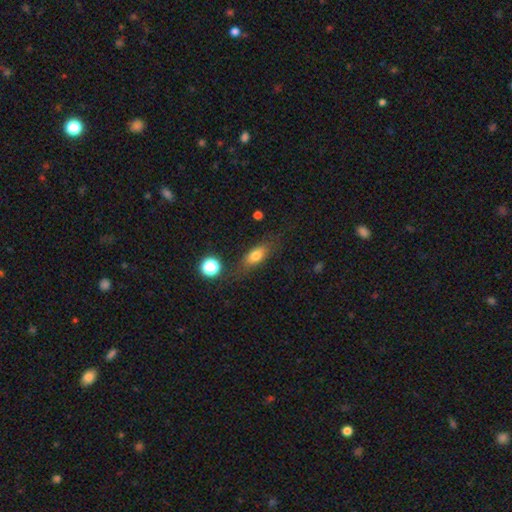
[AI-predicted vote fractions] Smooth or featured? Predicted: smooth (p=0.72). How rounded? Predicted: in between (p=0.67). Merging? Predicted: none (p=0.70).